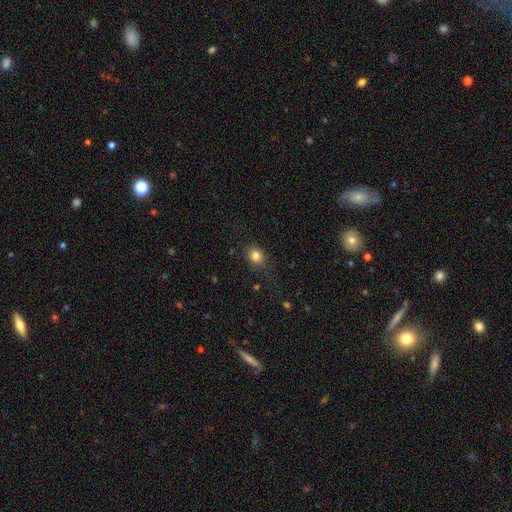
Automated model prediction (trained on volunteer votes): Overall: smooth (81%). How rounded: round (62%; in between 36%). Merging: none (73%).